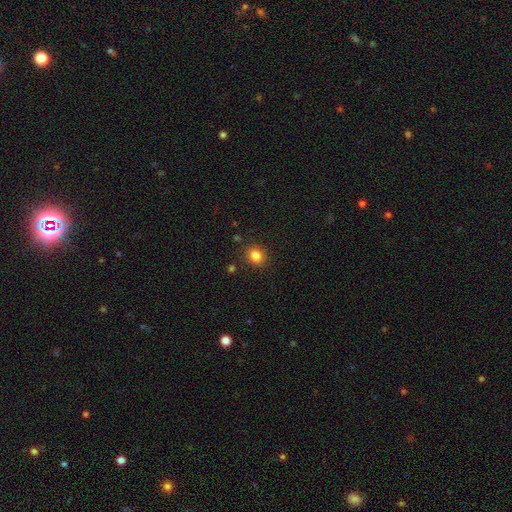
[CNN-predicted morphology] smooth_or_featured: smooth (p=0.84) [alt: star or artifact p=0.11]
how_rounded: round (p=0.66) [alt: in between p=0.33]
merging: none (p=0.87) [alt: minor disturbance p=0.08]